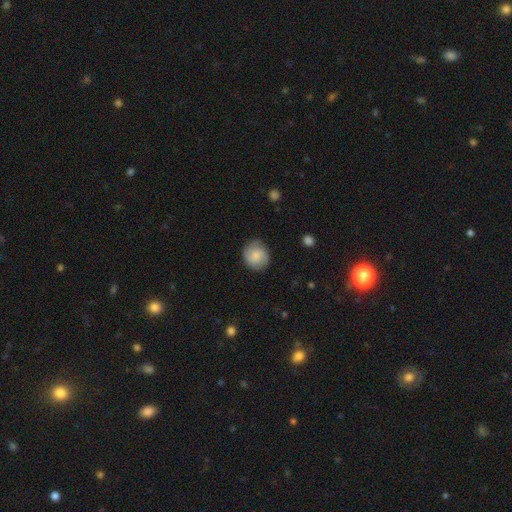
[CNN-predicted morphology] Smooth or featured?
  - smooth: 59% *
  - featured or disk: 33%
  - star or artifact: 8%
How rounded?
  - round: 83% *
  - in between: 16%
  - cigar-shaped: 1%
Merging?
  - none: 81% *
  - minor disturbance: 15%
  - major disturbance: 4%
  - merger: 1%